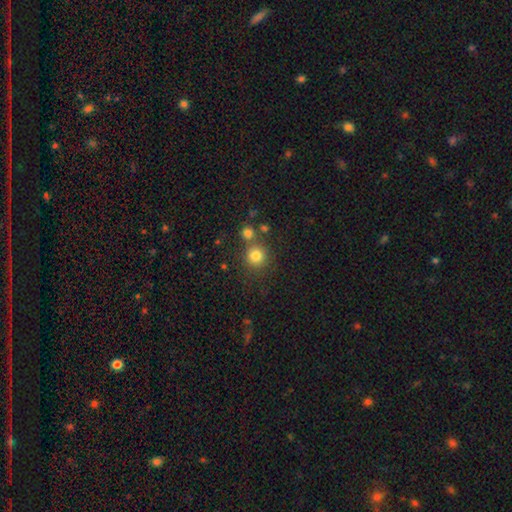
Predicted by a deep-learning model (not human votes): smooth-or-featured: smooth: 80% | star or artifact: 14% | featured or disk: 6%
  how-rounded: round: 92% | in between: 7% | cigar-shaped: 1%
  merging: none: 72% | merger: 16% | minor disturbance: 8% | major disturbance: 3%